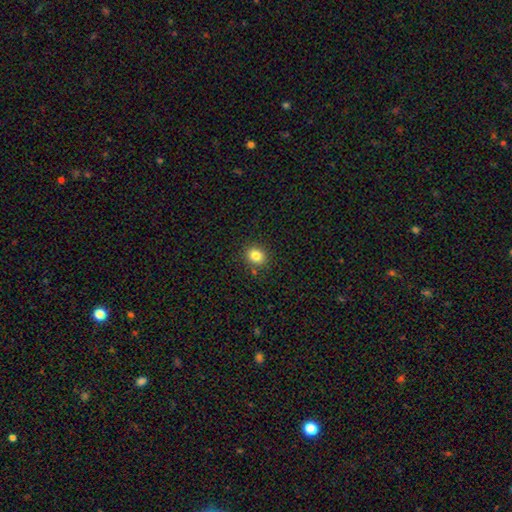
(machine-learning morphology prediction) smooth 82%, star or artifact 12%, featured or disk 6%. Down the decision tree: how rounded — round (72%); merging — none (88%).